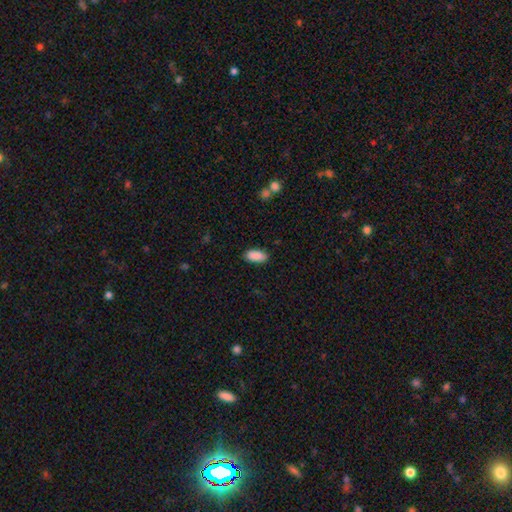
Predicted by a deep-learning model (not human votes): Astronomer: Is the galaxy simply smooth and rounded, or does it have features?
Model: smooth — 90%.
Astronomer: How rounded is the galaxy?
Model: in between — 88%.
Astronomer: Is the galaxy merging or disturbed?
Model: none — 88%.